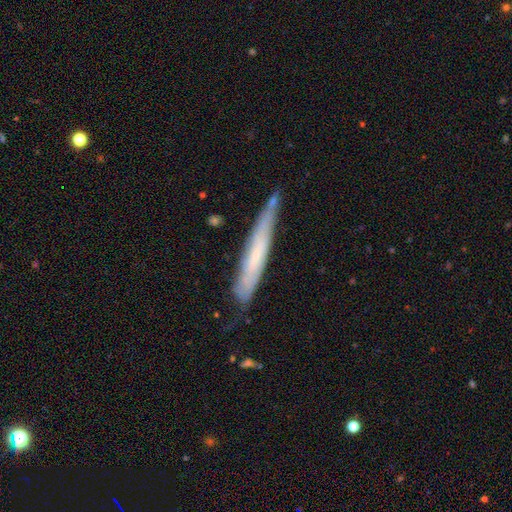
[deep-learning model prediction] This is possibly a featured or disk galaxy (47%). Merging: likely none (65%).